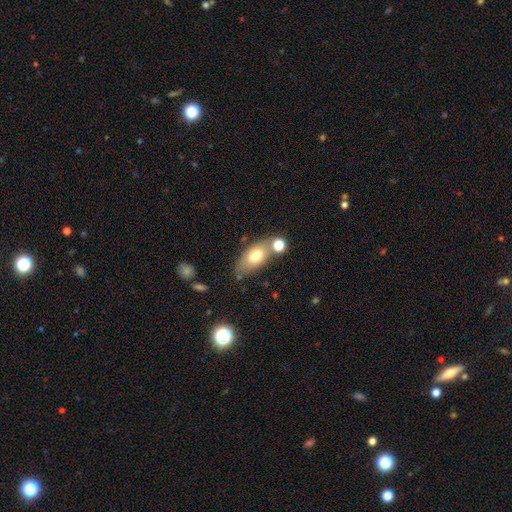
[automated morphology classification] The model was most divided on "merging": none: 58%, merger: 20%, minor disturbance: 16%, major disturbance: 5%. More confident: how rounded — in between (83%); smooth or featured — smooth (70%).